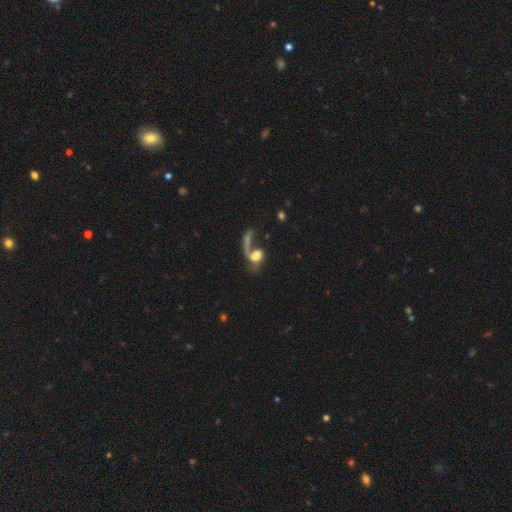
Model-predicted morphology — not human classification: Smooth or featured?
  - smooth: 46% *
  - featured or disk: 42%
  - star or artifact: 11%
Merging?
  - major disturbance: 35% *
  - merger: 33%
  - none: 23%
  - minor disturbance: 10%